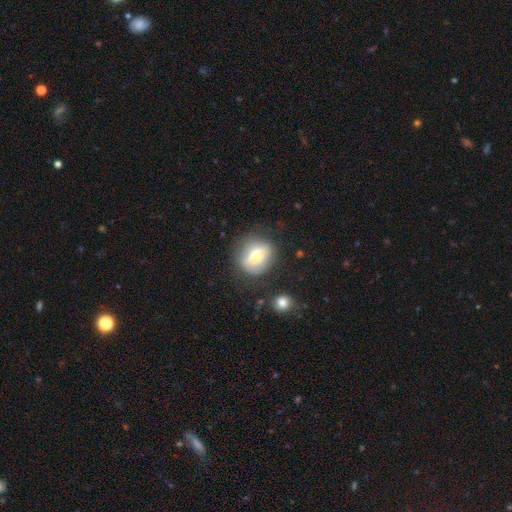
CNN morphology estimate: This appears to be a smooth galaxy with no disk features (61%) that is round (81%). Merging: none (76%).